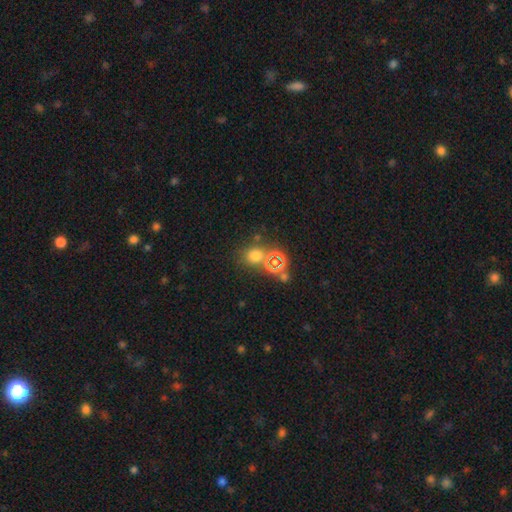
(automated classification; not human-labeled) smooth_or_featured: smooth (p=0.63) [alt: star or artifact p=0.30]
how_rounded: round (p=0.77) [alt: in between p=0.22]
merging: none (p=0.68) [alt: merger p=0.17]